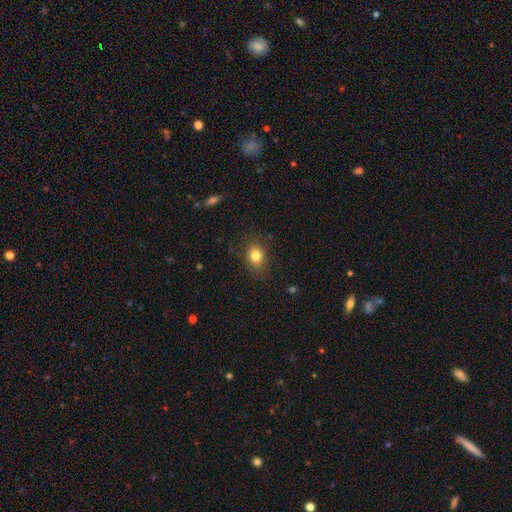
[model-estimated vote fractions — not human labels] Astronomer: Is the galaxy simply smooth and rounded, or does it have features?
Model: smooth — 82%.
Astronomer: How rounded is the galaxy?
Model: in between — 54% (runner-up: round, 45%).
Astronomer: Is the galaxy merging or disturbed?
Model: none — 84%.